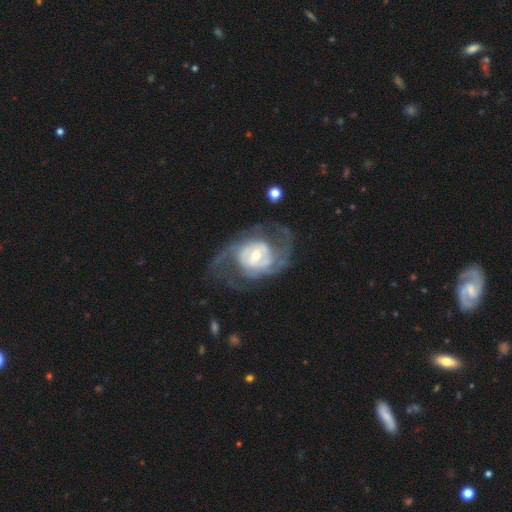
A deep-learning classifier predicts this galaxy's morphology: The model was most divided on "bar": no: 47%, weak: 38%, strong: 15%. Remaining: edge-on disk — no (97%); spiral arms — yes (87%); smooth or featured — featured or disk (84%); spiral arm count — 2 (57%); merging — none (56%); bulge size — moderate (51%); spiral winding — medium (46%).